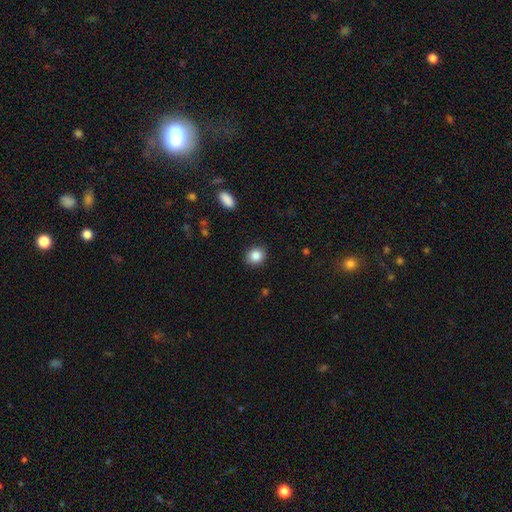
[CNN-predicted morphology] Smooth or featured: smooth — 86% (star or artifact — 9%)
How rounded: round — 75% (in between — 24%)
Merging: none — 90% (minor disturbance — 7%)